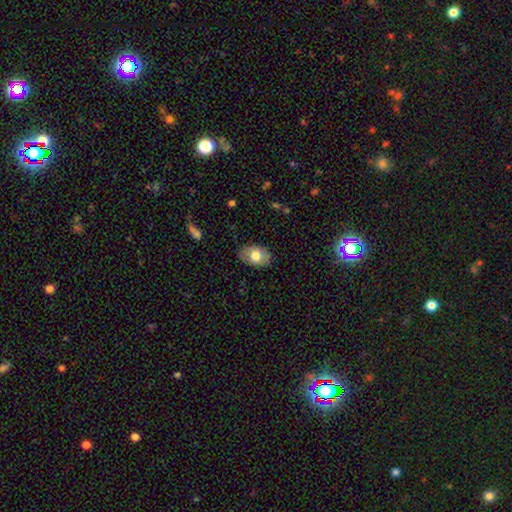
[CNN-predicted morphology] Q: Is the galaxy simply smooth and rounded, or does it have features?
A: smooth — 73%.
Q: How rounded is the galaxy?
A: in between — 84%.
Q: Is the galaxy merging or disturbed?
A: none — 84%.